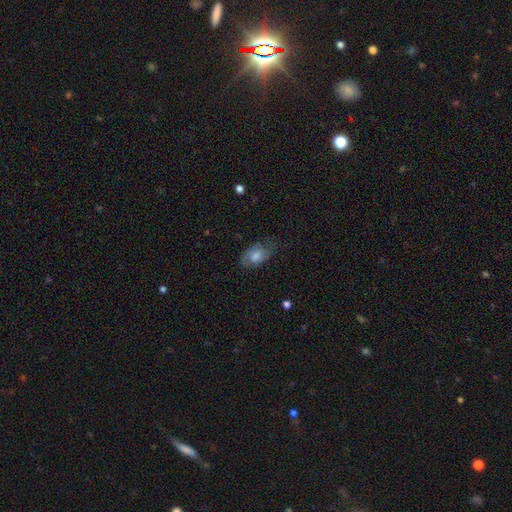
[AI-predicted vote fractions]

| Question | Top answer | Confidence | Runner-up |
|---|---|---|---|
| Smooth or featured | smooth | 51% | featured or disk (39%) |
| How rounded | in between | 84% | round (13%) |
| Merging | none | 66% | minor disturbance (23%) |